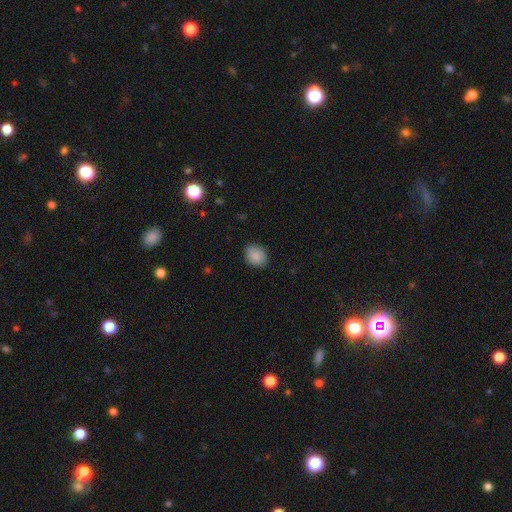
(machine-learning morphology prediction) Smooth or featured?
  - smooth: 88% *
  - star or artifact: 8%
  - featured or disk: 4%
How rounded?
  - round: 51% *
  - in between: 48%
  - cigar-shaped: 1%
Merging?
  - none: 85% *
  - minor disturbance: 11%
  - major disturbance: 3%
  - merger: 1%